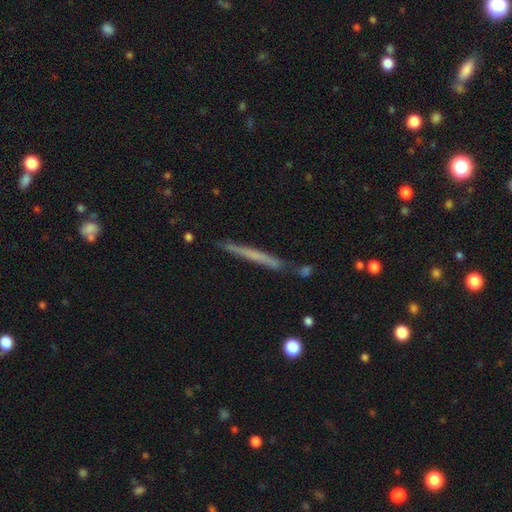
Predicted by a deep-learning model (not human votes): Overall: smooth (50%; featured or disk 44%). Merging: none (86%).